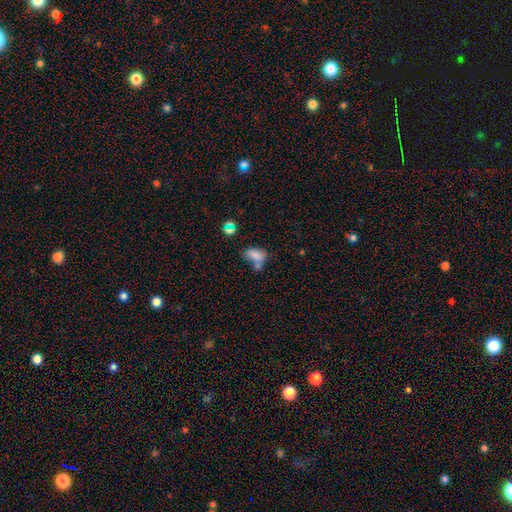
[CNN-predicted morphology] smooth 76%, star or artifact 12%, featured or disk 12%. Down the decision tree: how rounded — in between (86%); merging — merger (36%).